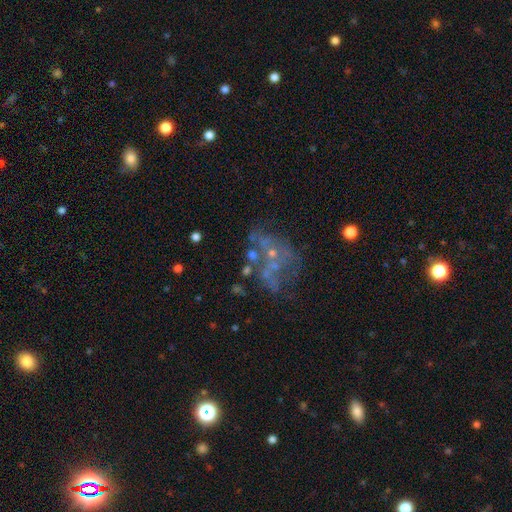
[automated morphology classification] A featured or disk galaxy (59%) with no bar (92%), no spiral arms (91%) and no central bulge (60%).

Vote fractions:
- Smooth or featured? featured or disk: 59% / star or artifact: 21% / smooth: 19%
- Edge-on disk? no: 98% / yes: 2%
- Bar? no: 92% / weak: 6% / strong: 2%
- Spiral arms? no: 91% / yes: 9%
- Bulge size? none: 60% / small: 30% / moderate: 8% / large: 1% / dominant: 1%
- Merging? none: 38% / major disturbance: 30% / merger: 17% / minor disturbance: 15%